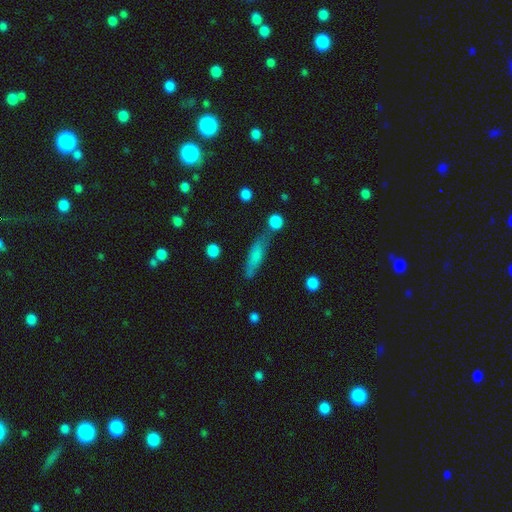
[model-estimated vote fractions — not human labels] A smooth galaxy with no disk features (69%) that is cigar-shaped (66%). Merging: none (61%).